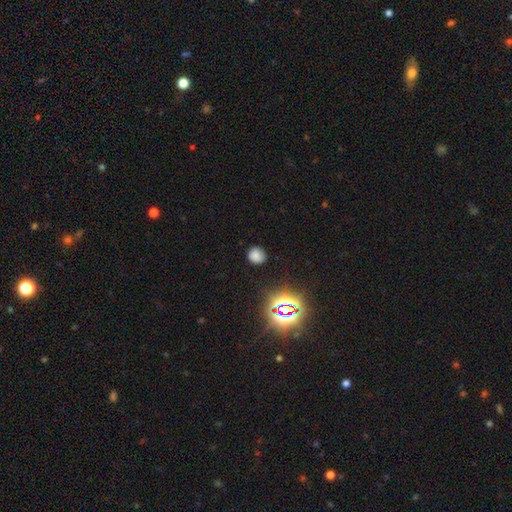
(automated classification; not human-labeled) Smooth or featured? Predicted: smooth (p=0.72). How rounded? Predicted: round (p=0.80). Merging? Predicted: none (p=0.83).